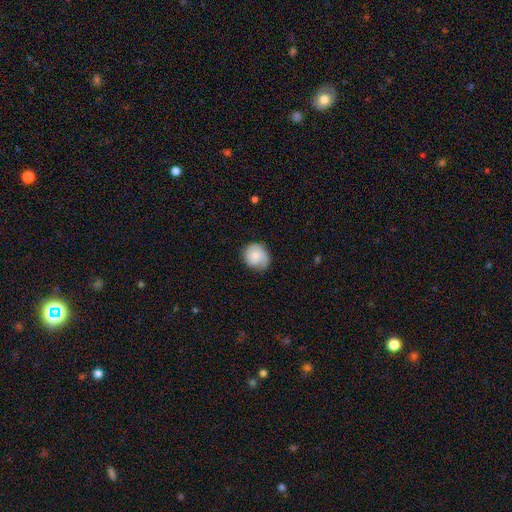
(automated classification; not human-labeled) smooth-or-featured: smooth: 67% | featured or disk: 26% | star or artifact: 7%
  how-rounded: round: 77% | in between: 22% | cigar-shaped: 1%
  merging: none: 66% | minor disturbance: 26% | major disturbance: 7% | merger: 1%